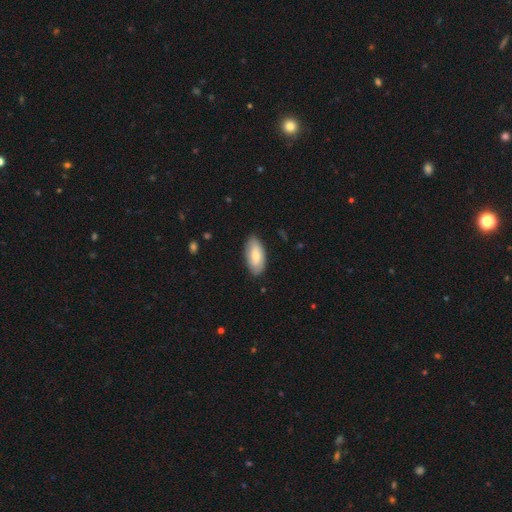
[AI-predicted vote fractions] Smooth or featured?
  - smooth: 73% *
  - featured or disk: 21%
  - star or artifact: 5%
How rounded?
  - in between: 92% *
  - cigar-shaped: 6%
  - round: 2%
Merging?
  - none: 84% *
  - minor disturbance: 12%
  - major disturbance: 2%
  - merger: 1%